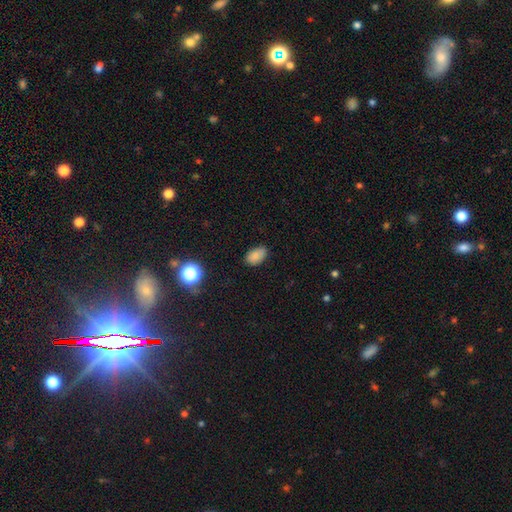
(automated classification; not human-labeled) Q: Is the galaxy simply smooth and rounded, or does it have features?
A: smooth — 82%.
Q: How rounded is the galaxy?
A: in between — 90%.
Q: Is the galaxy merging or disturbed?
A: none — 76%.